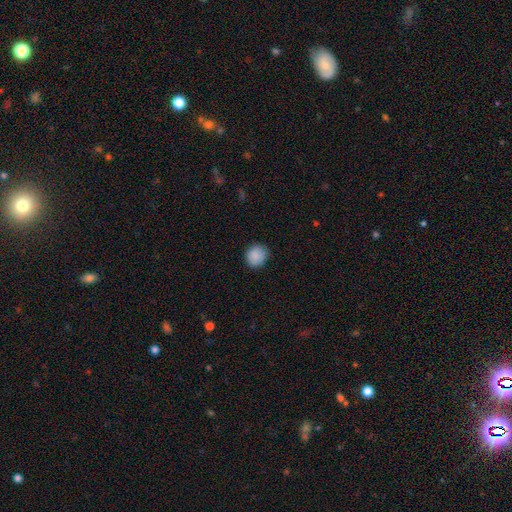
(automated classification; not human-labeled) Smooth or featured?
  - smooth: 89% *
  - star or artifact: 8%
  - featured or disk: 3%
How rounded?
  - round: 81% *
  - in between: 18%
  - cigar-shaped: 1%
Merging?
  - none: 85% *
  - minor disturbance: 11%
  - major disturbance: 2%
  - merger: 1%